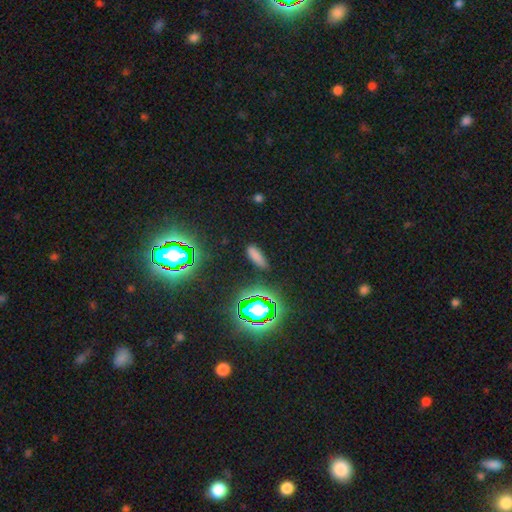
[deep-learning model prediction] Smooth or featured: smooth — 69% (star or artifact — 24%)
How rounded: in between — 53% (cigar-shaped — 43%)
Merging: none — 86% (minor disturbance — 9%)